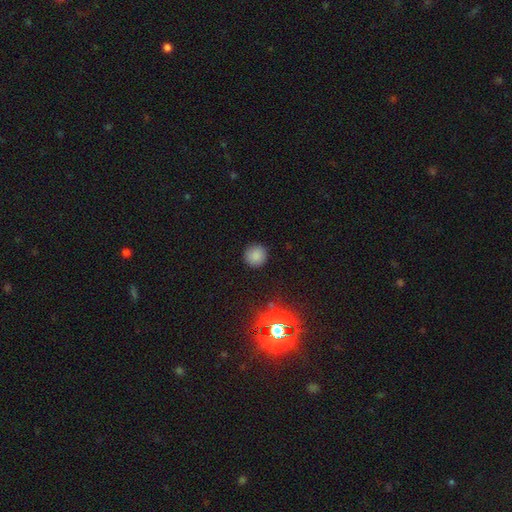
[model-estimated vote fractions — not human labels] smooth_or_featured: smooth (p=0.82) [alt: star or artifact p=0.14]
how_rounded: round (p=0.95) [alt: in between p=0.04]
merging: none (p=0.90) [alt: minor disturbance p=0.07]